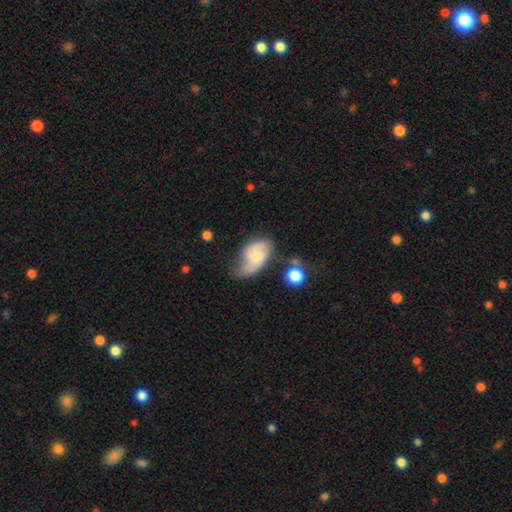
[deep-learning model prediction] Morphology: type=featured or disk (49%); merging=none (42%).